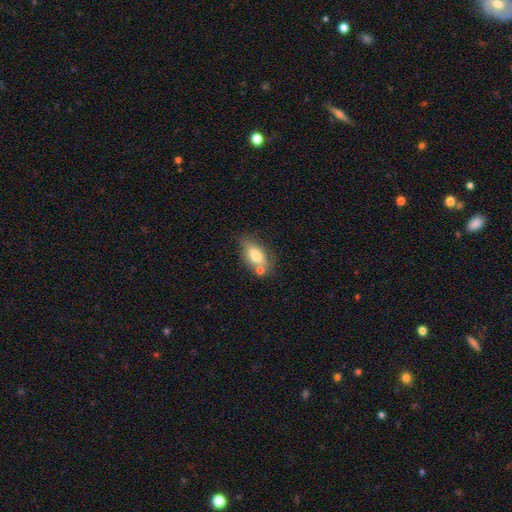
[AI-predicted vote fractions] smooth-or-featured: smooth: 74% | featured or disk: 18% | star or artifact: 8%
  how-rounded: in between: 85% | round: 8% | cigar-shaped: 6%
  merging: none: 52% | merger: 23% | minor disturbance: 19% | major disturbance: 6%